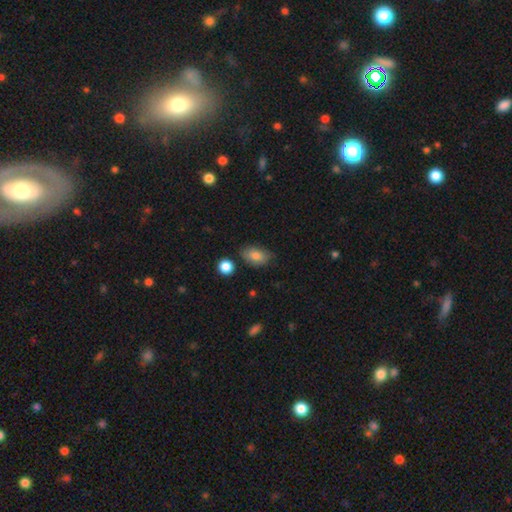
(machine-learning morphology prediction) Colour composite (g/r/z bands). It shows a smooth galaxy with no disk features (81%) that is in between round and cigar-shaped (88%). Merging: none (69%).